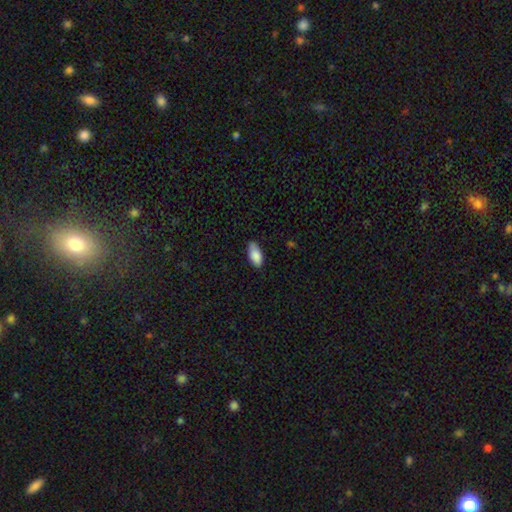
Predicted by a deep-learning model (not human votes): A smooth galaxy with no disk features (88%) that is in between round and cigar-shaped (91%). Merging: none (74%).